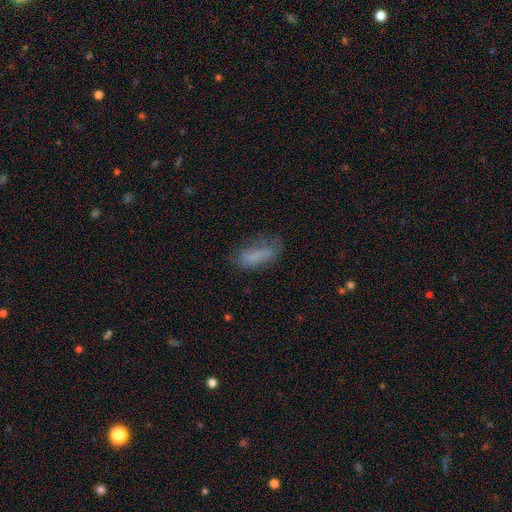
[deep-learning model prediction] Smooth or featured: smooth — 70% (featured or disk — 19%)
How rounded: in between — 71% (cigar-shaped — 26%)
Merging: none — 49% (minor disturbance — 28%)